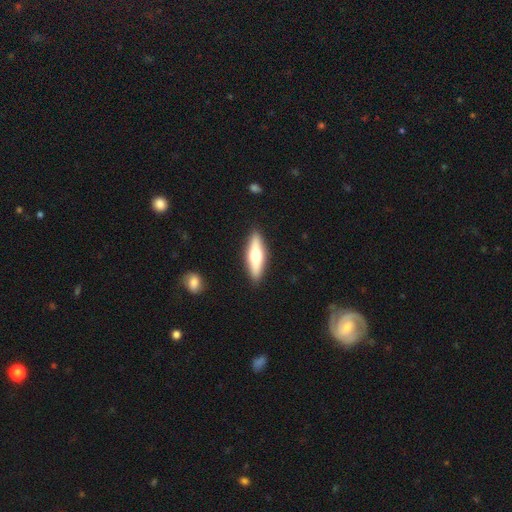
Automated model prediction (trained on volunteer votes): Q: Smooth or featured?
A: featured or disk (48%); runner-up: smooth (47%)
Q: Merging?
A: none (90%); runner-up: minor disturbance (7%)